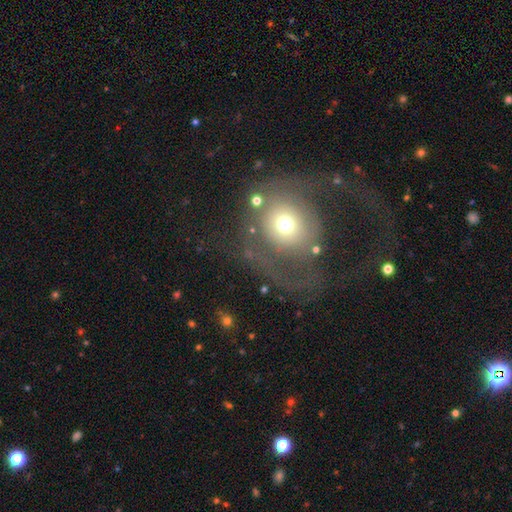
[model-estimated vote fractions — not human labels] Morphology: type=featured or disk (61%); edge-on=no (96%); bar=no (80%); spiral arms=yes (60%); bulge=moderate (58%); merging=major disturbance (45%).